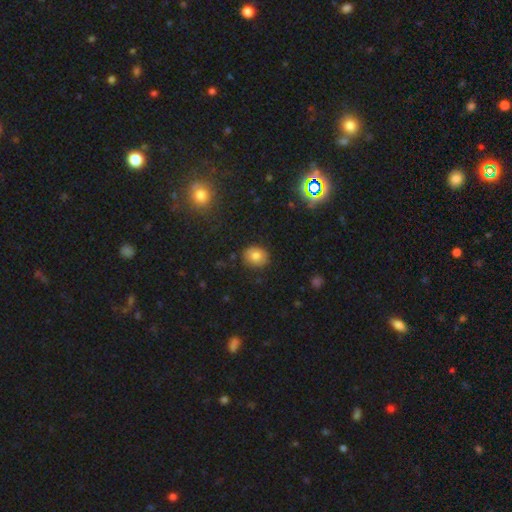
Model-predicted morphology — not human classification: Smooth or featured? smooth (78%)
How rounded? round (66%)
Merging? none (85%)